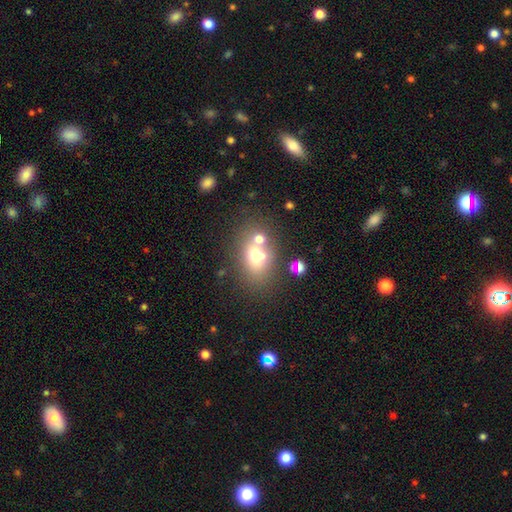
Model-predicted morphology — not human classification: A smooth galaxy with no disk features (62%) that is in between round and cigar-shaped (66%). Merging: none (47%).